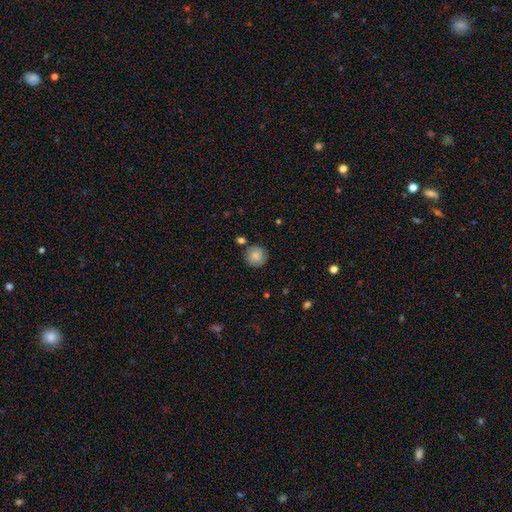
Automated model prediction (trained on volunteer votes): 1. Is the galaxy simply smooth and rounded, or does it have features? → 79% smooth, 13% featured or disk, 8% star or artifact.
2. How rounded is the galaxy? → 94% round, 5% in between, 1% cigar-shaped.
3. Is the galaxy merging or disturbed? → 83% none, 10% minor disturbance, 4% merger, 3% major disturbance.